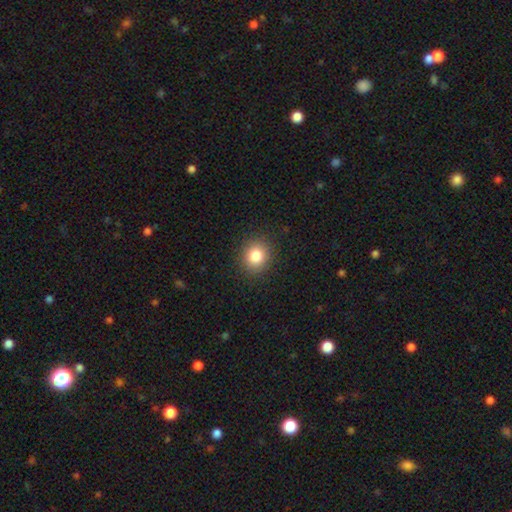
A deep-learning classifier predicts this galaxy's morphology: This appears to be a smooth galaxy with no disk features (83%) that is round (78%). Merging: none (90%).